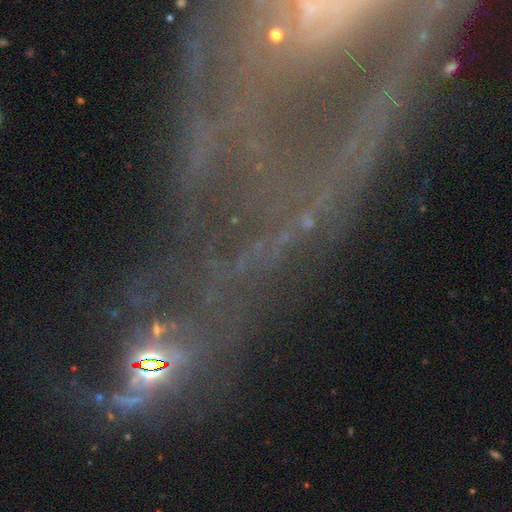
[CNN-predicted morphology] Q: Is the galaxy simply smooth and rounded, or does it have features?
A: star or artifact — 69%.